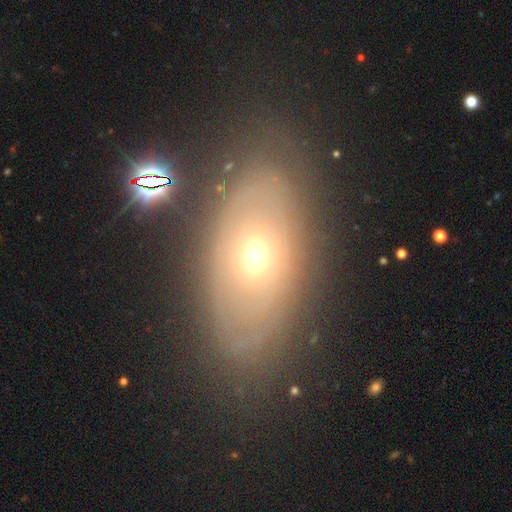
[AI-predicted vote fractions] A featured or disk galaxy (56%). Merging: none (75%).